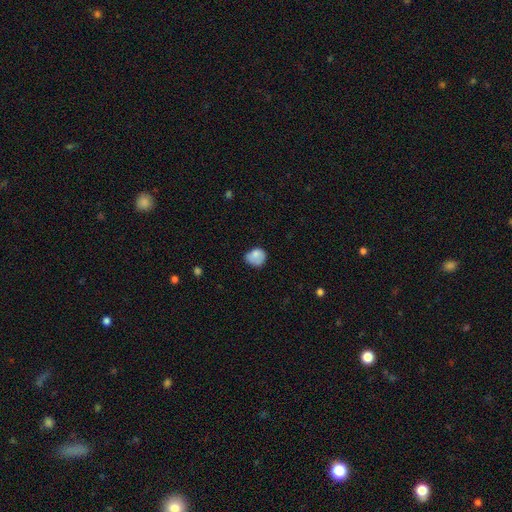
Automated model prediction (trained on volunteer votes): This appears to be a smooth galaxy with no disk features (79%) that is round (63%). Merging: none (52%).